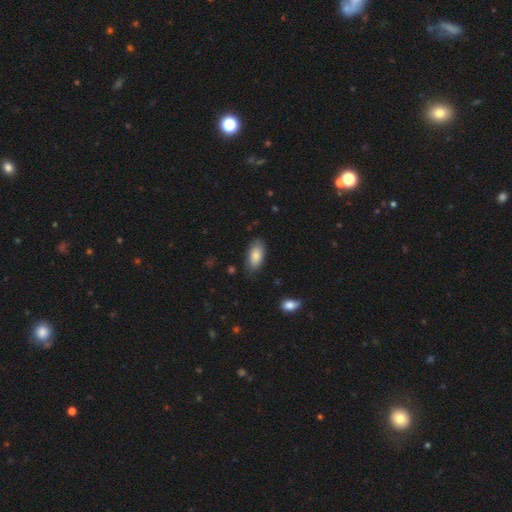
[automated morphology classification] A smooth galaxy with no disk features (84%) that is in between round and cigar-shaped (91%). Merging: none (78%).